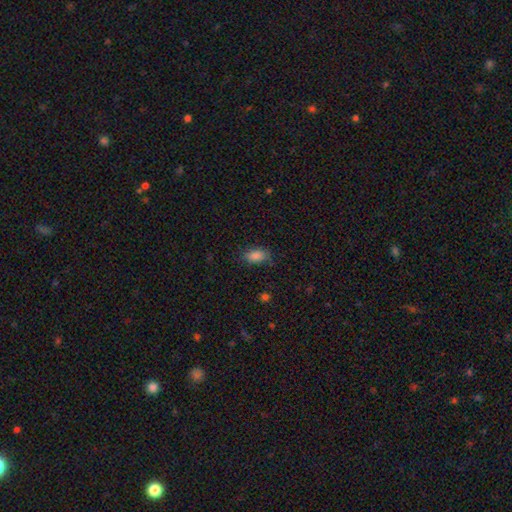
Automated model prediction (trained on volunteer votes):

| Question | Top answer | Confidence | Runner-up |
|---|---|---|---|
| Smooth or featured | smooth | 86% | star or artifact (9%) |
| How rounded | in between | 90% | round (7%) |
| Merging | none | 77% | minor disturbance (17%) |